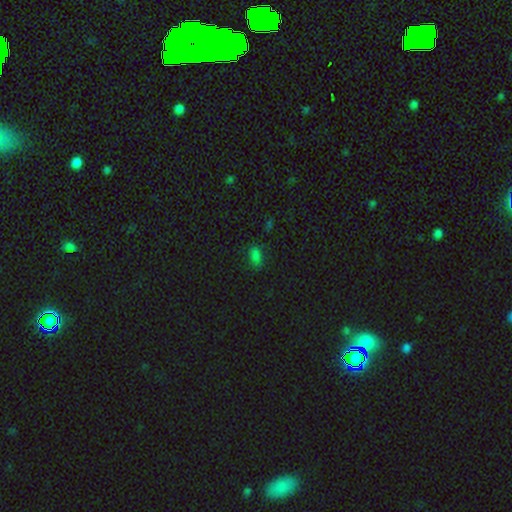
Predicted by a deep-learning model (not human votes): Smooth or featured?
  - smooth: 75% *
  - star or artifact: 20%
  - featured or disk: 4%
How rounded?
  - in between: 87% *
  - round: 7%
  - cigar-shaped: 6%
Merging?
  - none: 77% *
  - minor disturbance: 16%
  - major disturbance: 4%
  - merger: 2%